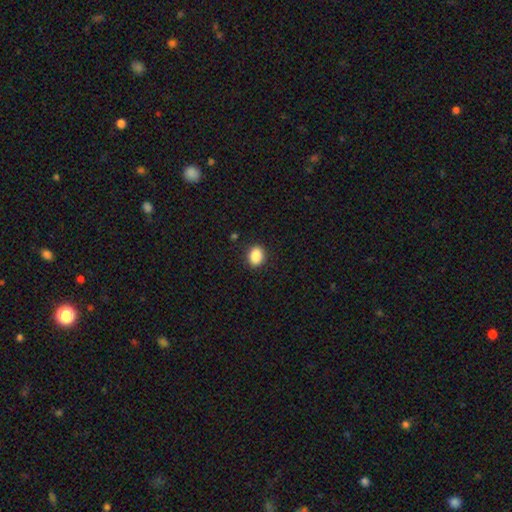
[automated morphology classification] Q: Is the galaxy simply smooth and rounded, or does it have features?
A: smooth — 88%.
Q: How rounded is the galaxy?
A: in between — 62%.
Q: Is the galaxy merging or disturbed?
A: none — 89%.